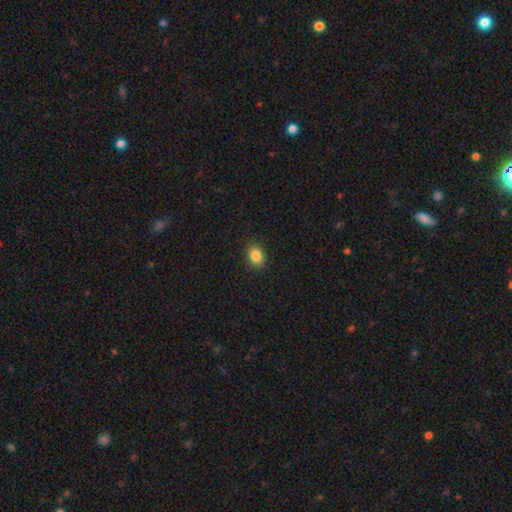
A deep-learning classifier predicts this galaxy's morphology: Smooth or featured? smooth (85%)
How rounded? in between (72%)
Merging? none (88%)